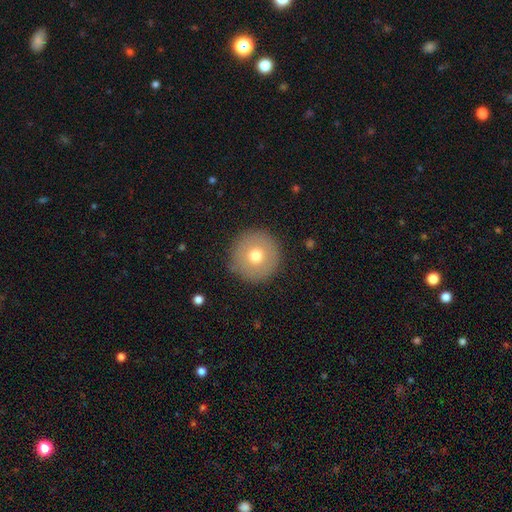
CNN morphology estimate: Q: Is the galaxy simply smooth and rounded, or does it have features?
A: smooth — 69%.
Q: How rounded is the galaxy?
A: round — 96%.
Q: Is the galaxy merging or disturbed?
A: none — 89%.